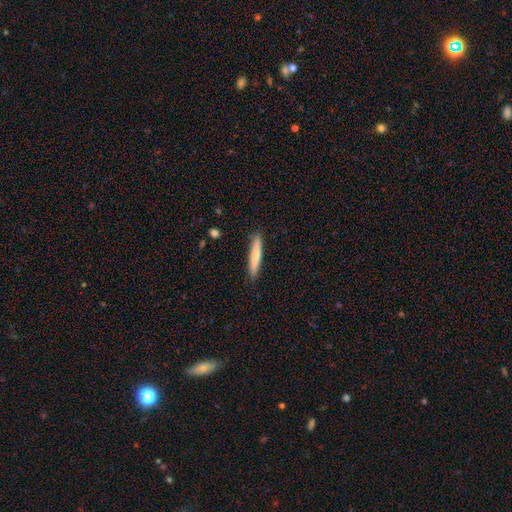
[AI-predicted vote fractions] Smooth or featured? smooth (75%)
How rounded? cigar-shaped (94%)
Merging? none (90%)